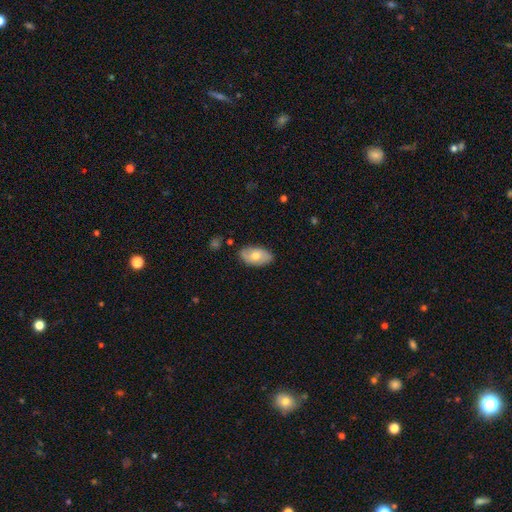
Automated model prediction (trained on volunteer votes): Smooth or featured: smooth — 62% (featured or disk — 31%)
How rounded: in between — 93% (round — 5%)
Merging: none — 82% (minor disturbance — 14%)